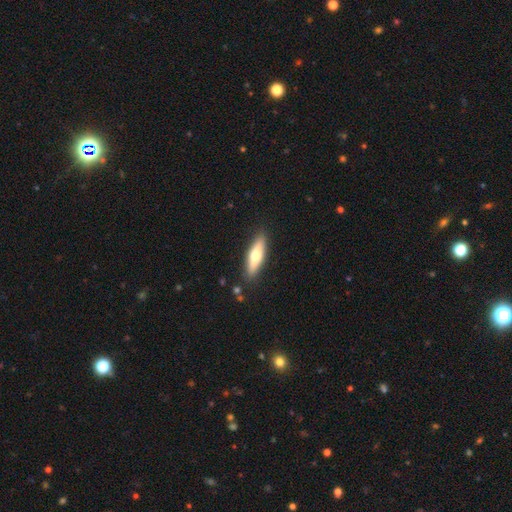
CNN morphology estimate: Smooth or featured? smooth (58%)
How rounded? cigar-shaped (60%)
Merging? none (88%)